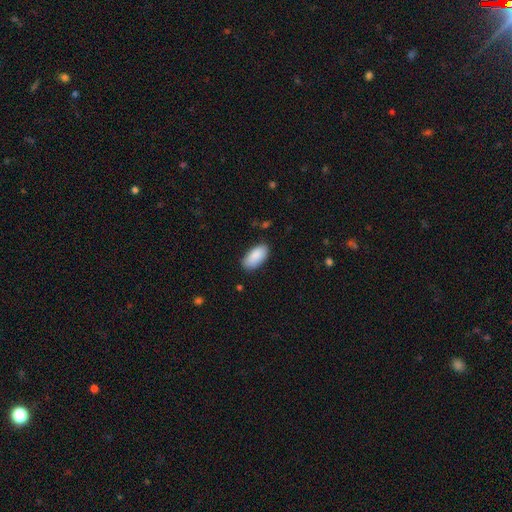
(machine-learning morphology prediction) type=smooth (89%); roundness=in between (93%); merging=none (83%).